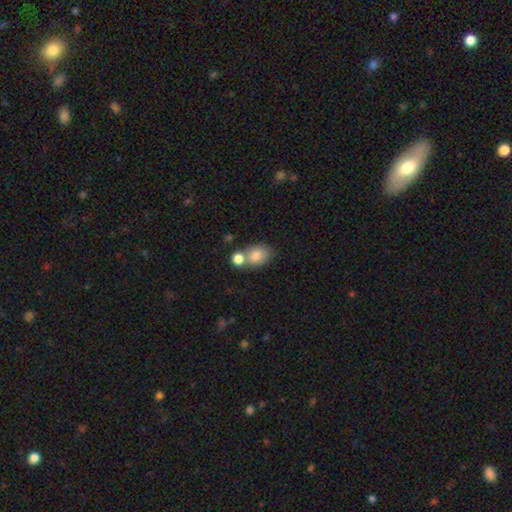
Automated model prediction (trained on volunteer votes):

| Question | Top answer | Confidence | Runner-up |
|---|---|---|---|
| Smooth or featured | smooth | 81% | featured or disk (10%) |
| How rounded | in between | 57% | round (42%) |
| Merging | none | 44% | merger (39%) |